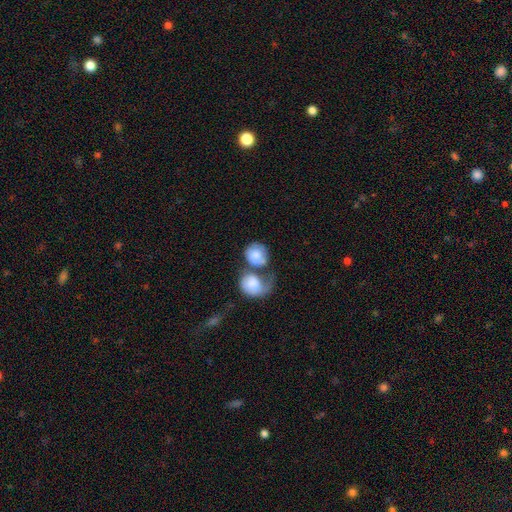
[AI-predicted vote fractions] Smooth or featured?
  - smooth: 77% *
  - featured or disk: 17%
  - star or artifact: 6%
How rounded?
  - round: 72% *
  - in between: 27%
  - cigar-shaped: 1%
Merging?
  - merger: 53% *
  - none: 22%
  - major disturbance: 14%
  - minor disturbance: 11%